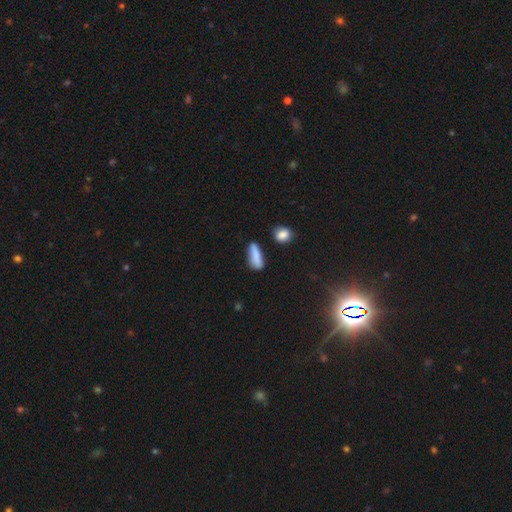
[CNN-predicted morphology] A smooth galaxy with no disk features (79%) that is in between round and cigar-shaped (54%).

Vote fractions:
- Smooth or featured? smooth: 79% / featured or disk: 12% / star or artifact: 8%
- How rounded? in between: 54% / cigar-shaped: 42% / round: 4%
- Merging? none: 59% / minor disturbance: 25% / merger: 9% / major disturbance: 7%